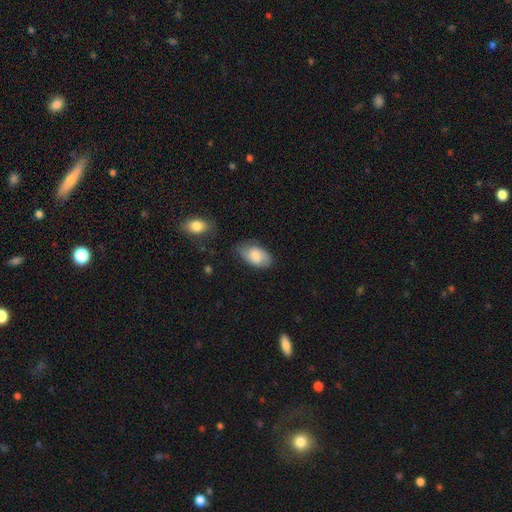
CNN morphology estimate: A smooth galaxy with no disk features (70%) that is in between round and cigar-shaped (93%).

Vote fractions:
- Smooth or featured? smooth: 70% / featured or disk: 23% / star or artifact: 7%
- How rounded? in between: 93% / round: 5% / cigar-shaped: 2%
- Merging? none: 68% / minor disturbance: 24% / major disturbance: 6% / merger: 2%